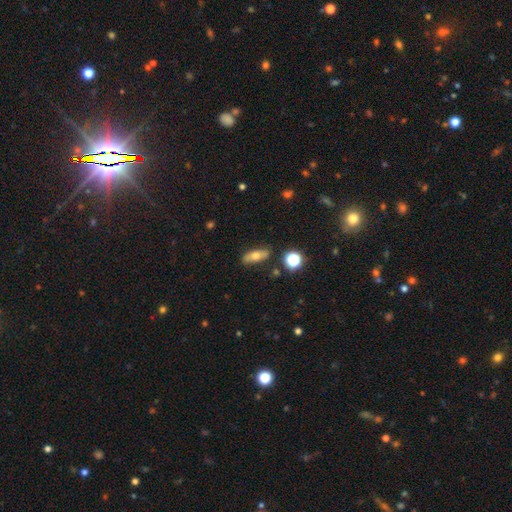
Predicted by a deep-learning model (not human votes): Smooth or featured? smooth (62%)
How rounded? in between (60%)
Merging? none (84%)